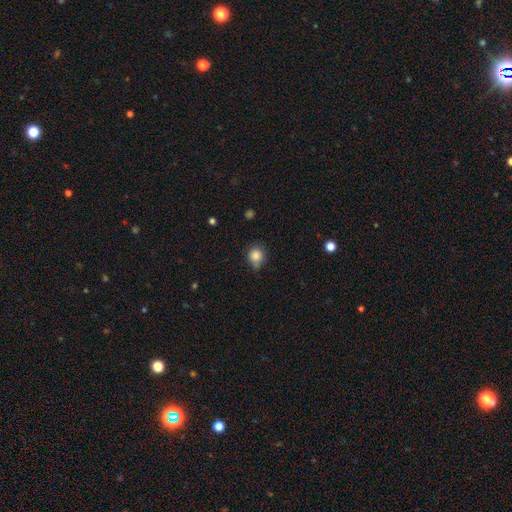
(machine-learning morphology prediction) Smooth or featured? smooth (83%)
How rounded? round (83%)
Merging? none (68%)